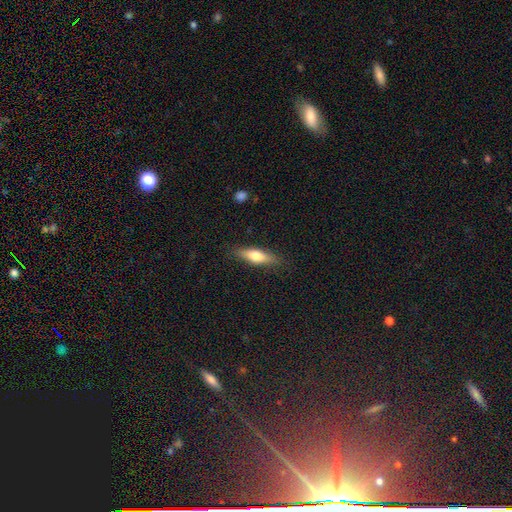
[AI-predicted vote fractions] Smooth or featured: smooth — 64% (featured or disk — 30%)
How rounded: cigar-shaped — 57% (in between — 41%)
Merging: none — 85% (minor disturbance — 11%)